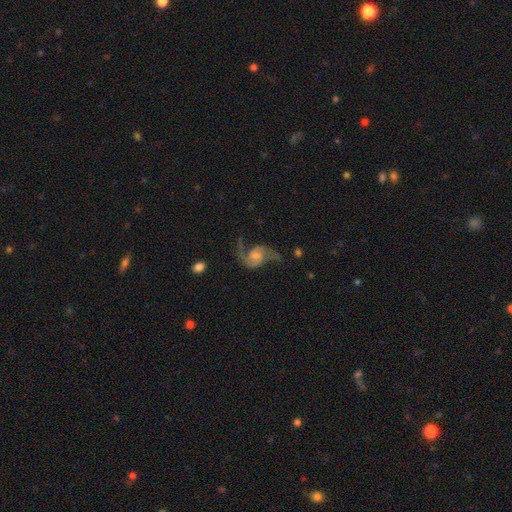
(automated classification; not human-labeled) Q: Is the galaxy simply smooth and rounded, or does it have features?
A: featured or disk — 88%.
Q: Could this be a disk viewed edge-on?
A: no — 98%.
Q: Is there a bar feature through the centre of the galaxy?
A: no — 57%.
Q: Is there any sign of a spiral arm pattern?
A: yes — 97%.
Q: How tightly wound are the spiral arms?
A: loose — 56%.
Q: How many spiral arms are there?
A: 2 — 91%.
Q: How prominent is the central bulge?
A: small — 41%.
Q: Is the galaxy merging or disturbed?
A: none — 64%.